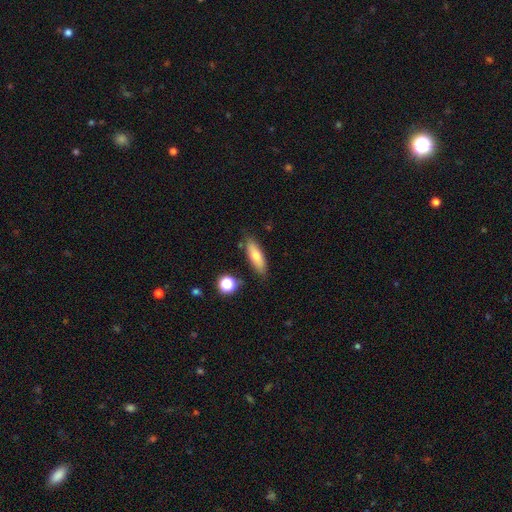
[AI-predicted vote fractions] smooth-or-featured: smooth: 72% | featured or disk: 21% | star or artifact: 8%
  how-rounded: in between: 49% | cigar-shaped: 48% | round: 3%
  merging: none: 80% | minor disturbance: 14% | merger: 3% | major disturbance: 3%